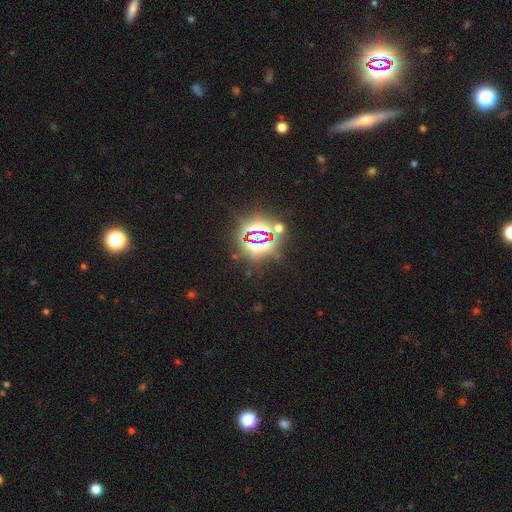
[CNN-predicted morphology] Smooth or featured: star or artifact — 78% (smooth — 13%)